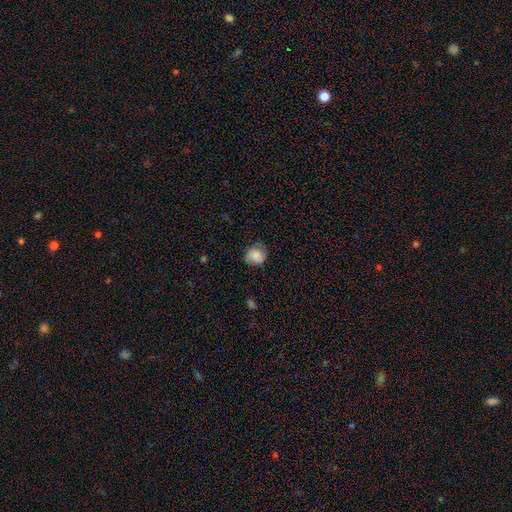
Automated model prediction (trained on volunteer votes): Morphology: type=smooth (77%); roundness=round (74%); merging=none (61%).